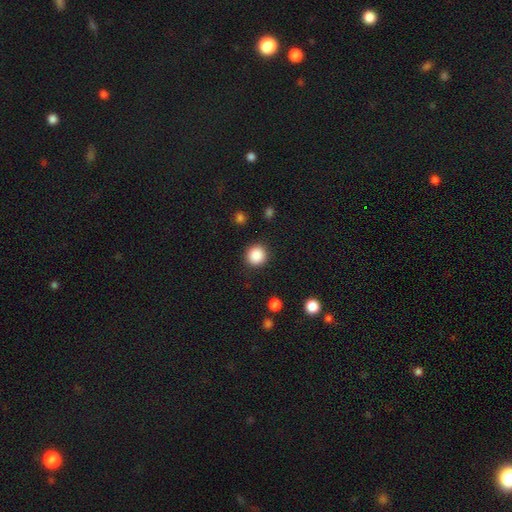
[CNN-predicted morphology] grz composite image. It shows a smooth galaxy with no disk features (88%) that is round (94%). Merging: none (91%).